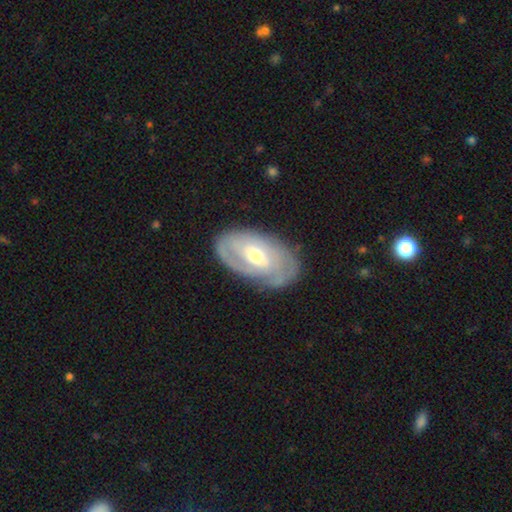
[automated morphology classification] smooth_or_featured: featured or disk (p=0.75) [alt: smooth p=0.20]
disk_edge_on: no (p=0.94) [alt: yes p=0.06]
bar: no (p=0.43) [alt: weak p=0.42]
has_spiral_arms: yes (p=0.84) [alt: no p=0.16]
spiral_winding: tight (p=0.63) [alt: medium p=0.27]
spiral_arm_count: 2 (p=0.38) [tied with: can't tell p=0.38]
bulge_size: moderate (p=0.61) [alt: small p=0.32]
merging: none (p=0.77) [alt: minor disturbance p=0.16]